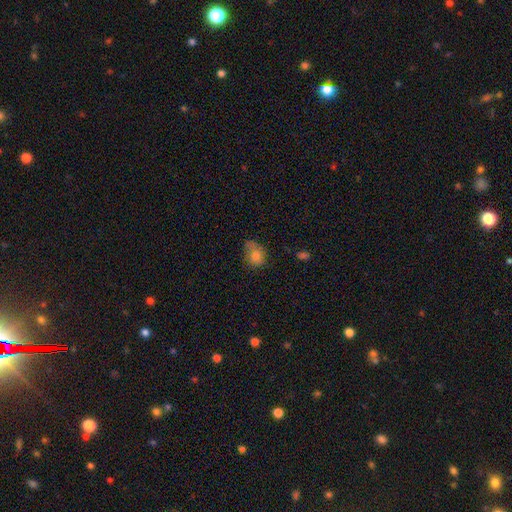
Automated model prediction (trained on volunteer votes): Smooth or featured? Predicted: smooth (p=0.76). How rounded? Predicted: round (p=0.54). Merging? Predicted: none (p=0.45).